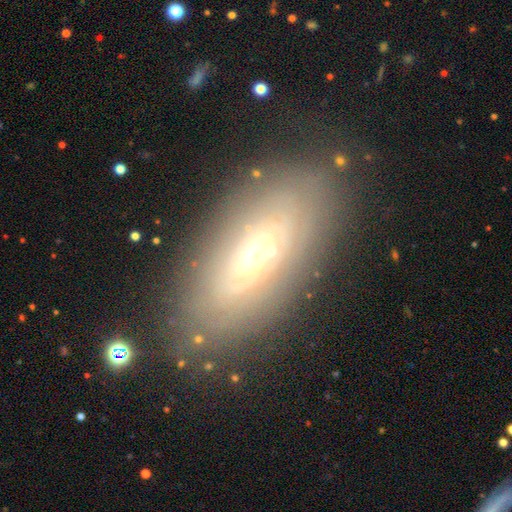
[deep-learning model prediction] Overall: featured or disk (48%; smooth 40%). Merging: none (81%).